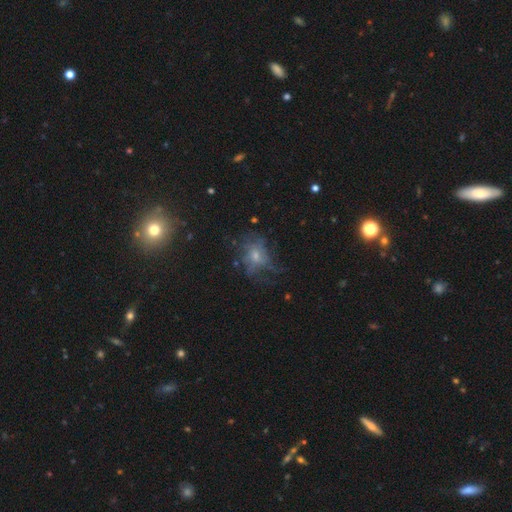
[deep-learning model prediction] smooth_or_featured: featured or disk (p=0.47) [alt: smooth p=0.34]
merging: none (p=0.46) [alt: major disturbance p=0.30]